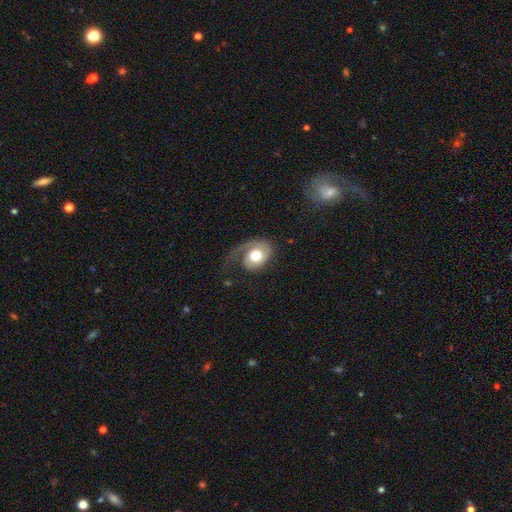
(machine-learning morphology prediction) featured or disk 52%, smooth 41%, star or artifact 7%. Down the decision tree: edge-on disk — no (96%); bar — no (81%); spiral arms — yes (81%); bulge size — moderate (53%); merging — none (38%).